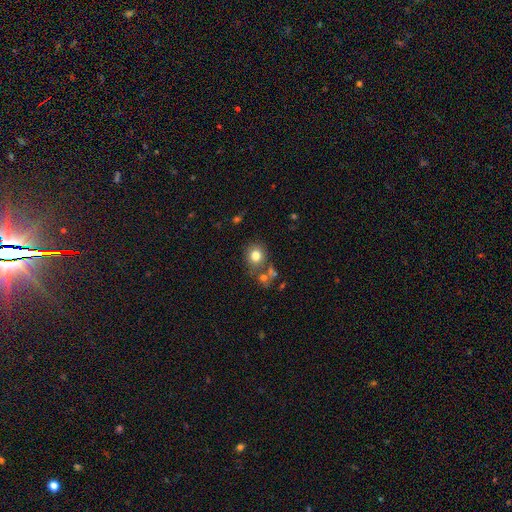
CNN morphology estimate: Smooth or featured?
  - smooth: 78% *
  - star or artifact: 12%
  - featured or disk: 10%
How rounded?
  - round: 82% *
  - in between: 17%
  - cigar-shaped: 1%
Merging?
  - none: 67% *
  - merger: 15%
  - minor disturbance: 12%
  - major disturbance: 5%